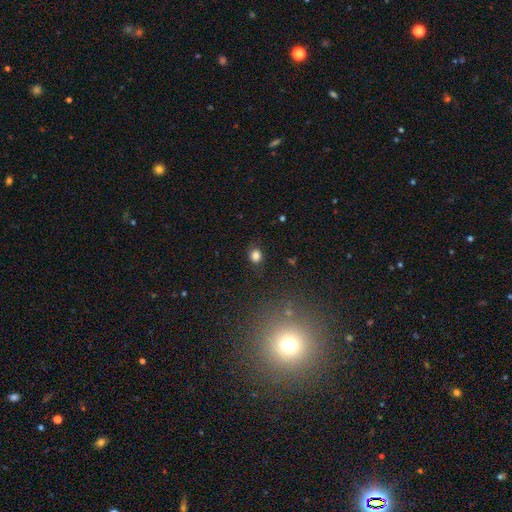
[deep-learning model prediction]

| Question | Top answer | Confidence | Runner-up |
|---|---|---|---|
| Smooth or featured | smooth | 82% | star or artifact (12%) |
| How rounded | round | 70% | in between (29%) |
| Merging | none | 82% | minor disturbance (12%) |